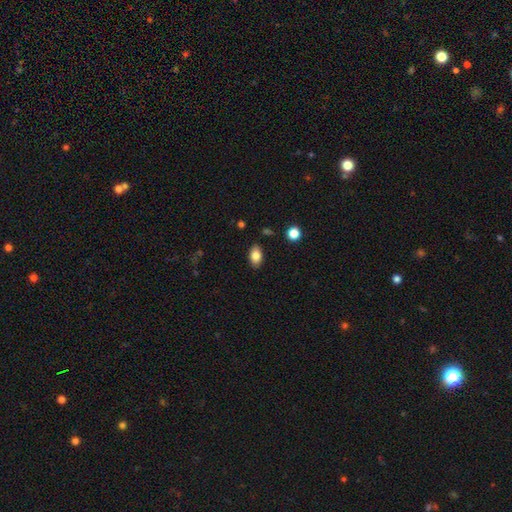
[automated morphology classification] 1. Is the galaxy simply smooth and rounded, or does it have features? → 82% smooth, 10% featured or disk, 8% star or artifact.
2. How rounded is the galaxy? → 89% in between, 8% round, 2% cigar-shaped.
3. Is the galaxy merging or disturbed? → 86% none, 10% minor disturbance, 2% major disturbance, 2% merger.